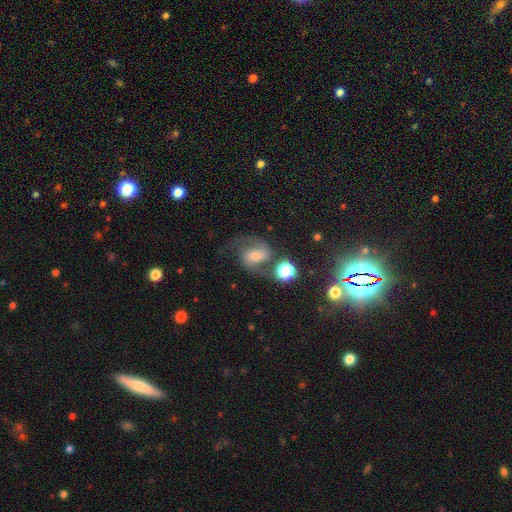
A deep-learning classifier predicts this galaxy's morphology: A featured or disk galaxy (80%) with a weak bar (43%), 2 (92%) medium (57%) spiral arms (97%) and a moderate central bulge (52%).

Vote fractions:
- Smooth or featured? featured or disk: 80% / star or artifact: 10% / smooth: 9%
- Edge-on disk? no: 98% / yes: 2%
- Bar? weak: 43% / no: 34% / strong: 23%
- Spiral arms? yes: 97% / no: 3%
- Spiral winding? medium: 57% / loose: 28% / tight: 15%
- Spiral arm count? 2: 92% / can't tell: 3% / 1: 2% / 3: 1% / 4: 1% / more than 4: 1%
- Bulge size? moderate: 52% / small: 36% / large: 7% / none: 3% / dominant: 2%
- Merging? none: 68% / minor disturbance: 15% / major disturbance: 10% / merger: 8%